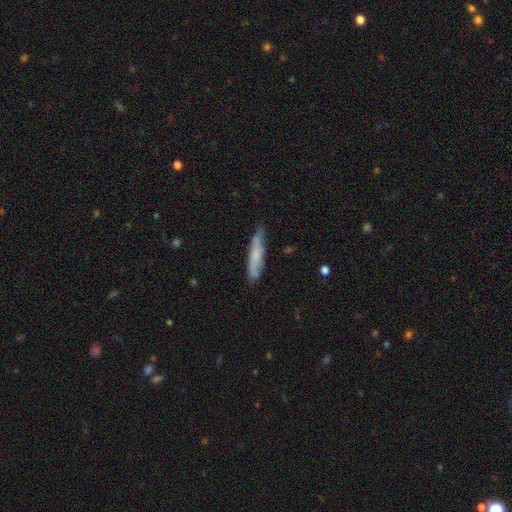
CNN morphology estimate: Smooth or featured? Predicted: smooth (p=0.60). How rounded? Predicted: cigar-shaped (p=0.87). Merging? Predicted: none (p=0.73).